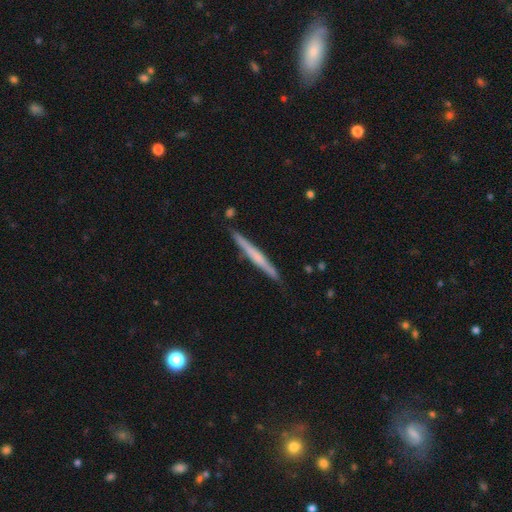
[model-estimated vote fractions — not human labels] featured or disk 53%, smooth 42%, star or artifact 6%. Down the decision tree: edge-on disk — yes (97%); edge-on bulge — none (68%); merging — none (88%).